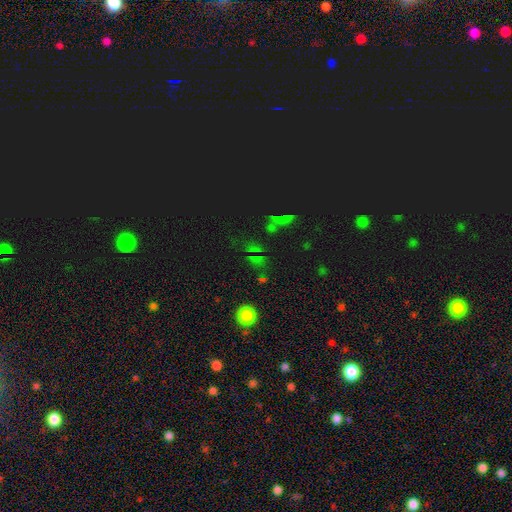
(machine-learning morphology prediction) Smooth or featured? Predicted: star or artifact (p=0.61).